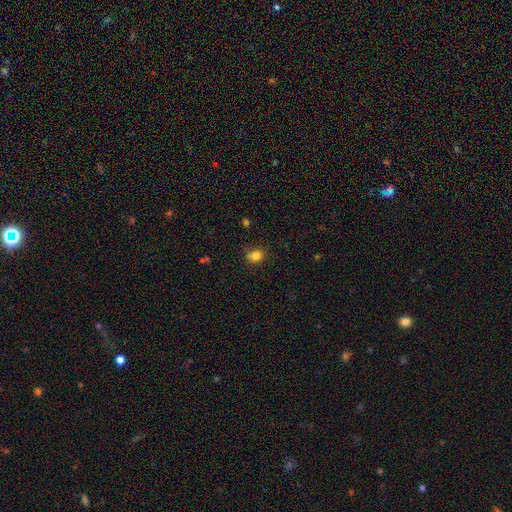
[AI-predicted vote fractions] Morphology: type=smooth (81%); roundness=round (67%); merging=none (68%).